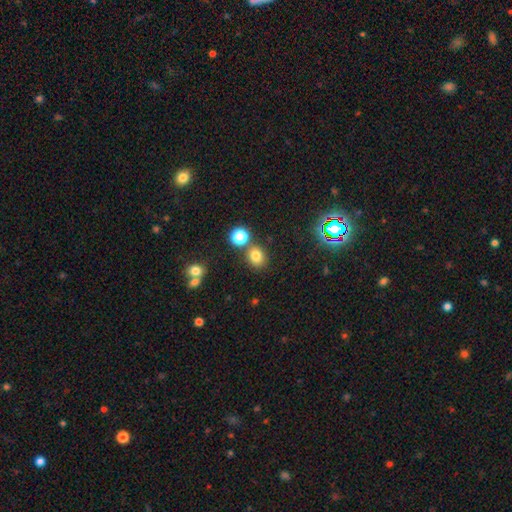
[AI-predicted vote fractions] A smooth galaxy with no disk features (76%) that is round (63%).

Vote fractions:
- Smooth or featured? smooth: 76% / star or artifact: 17% / featured or disk: 6%
- How rounded? round: 63% / in between: 36% / cigar-shaped: 1%
- Merging? none: 73% / merger: 14% / minor disturbance: 10% / major disturbance: 4%